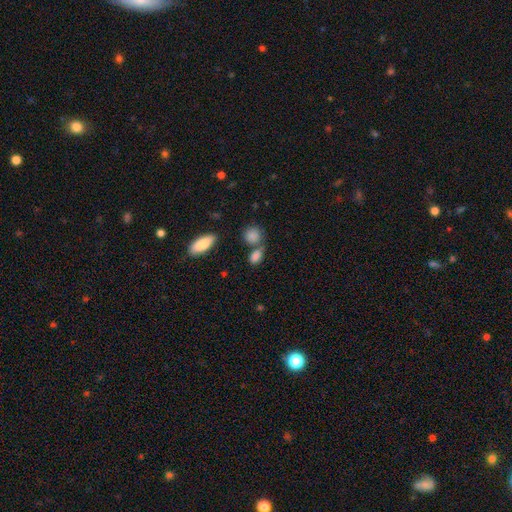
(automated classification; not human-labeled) Smooth or featured? smooth (85%)
How rounded? in between (68%)
Merging? none (51%)